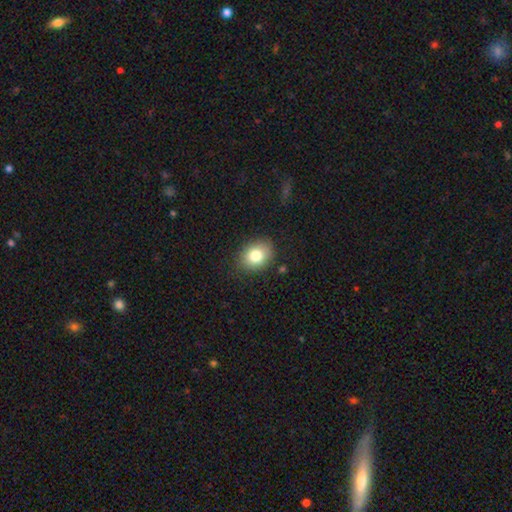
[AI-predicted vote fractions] The model was most divided on "how rounded": in between: 61%, round: 39%, cigar-shaped: 1%. More confident: merging — none (84%); smooth or featured — smooth (81%).